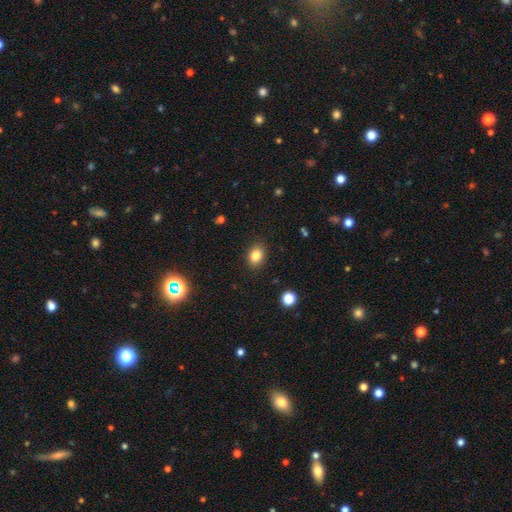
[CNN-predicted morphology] Smooth or featured? Predicted: smooth (p=0.83). How rounded? Predicted: in between (p=0.57). Merging? Predicted: none (p=0.89).